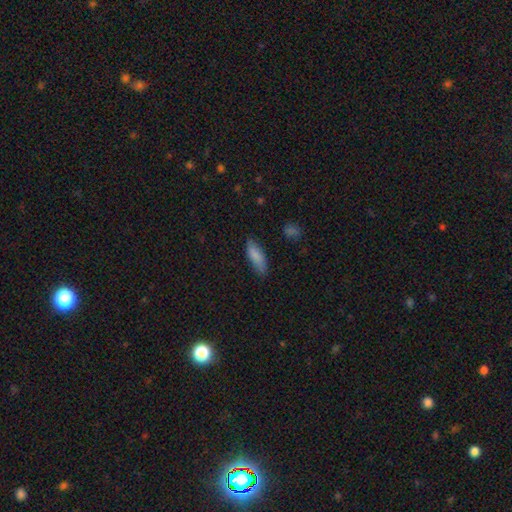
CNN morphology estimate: smooth-or-featured: smooth: 84% | featured or disk: 9% | star or artifact: 7%
  how-rounded: in between: 62% | cigar-shaped: 36% | round: 2%
  merging: none: 77% | minor disturbance: 18% | major disturbance: 3% | merger: 2%